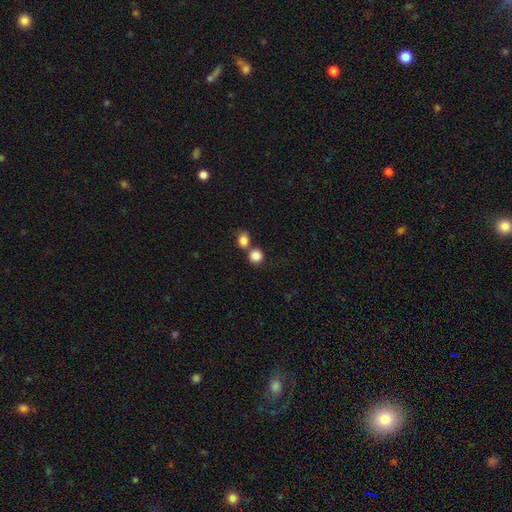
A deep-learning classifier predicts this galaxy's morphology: smooth-or-featured: smooth: 86% | star or artifact: 9% | featured or disk: 5%
  how-rounded: round: 84% | in between: 15% | cigar-shaped: 1%
  merging: none: 56% | merger: 34% | minor disturbance: 7% | major disturbance: 3%